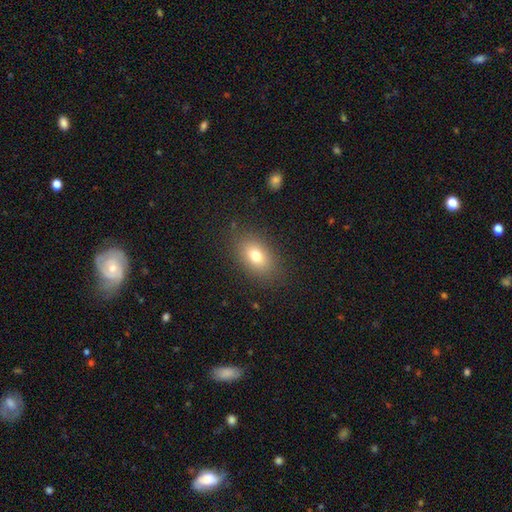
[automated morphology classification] smooth 77%, featured or disk 13%, star or artifact 11%. Down the decision tree: how rounded — in between (83%); merging — none (85%).